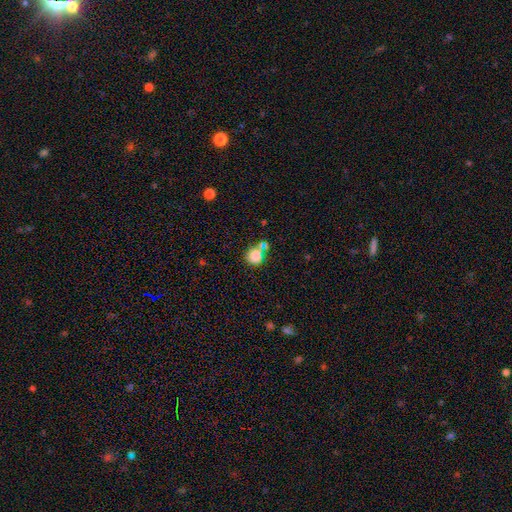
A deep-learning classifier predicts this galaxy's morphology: type=smooth (82%); roundness=round (86%); merging=none (61%).